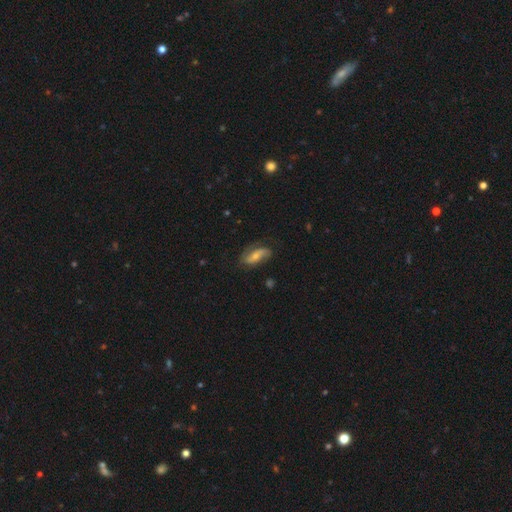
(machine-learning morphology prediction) This is possibly a featured or disk galaxy (59%). It is clearly not viewed edge-on (91%). Bar: possibly no (48%). Spiral arm pattern: clearly yes (87%). Central bulge: possibly small (49%). Merging: likely none (68%).